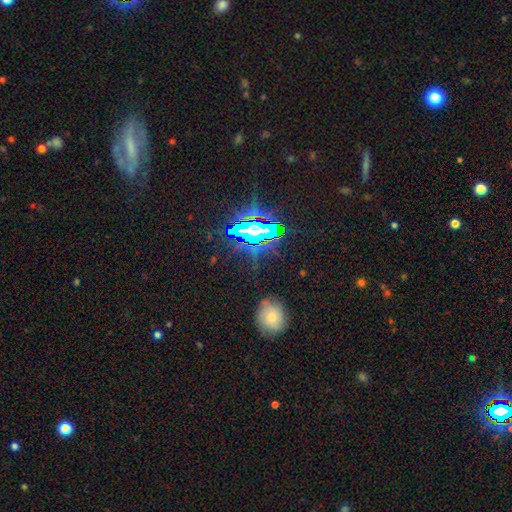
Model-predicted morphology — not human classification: Smooth or featured?
  - star or artifact: 72% *
  - smooth: 18%
  - featured or disk: 11%